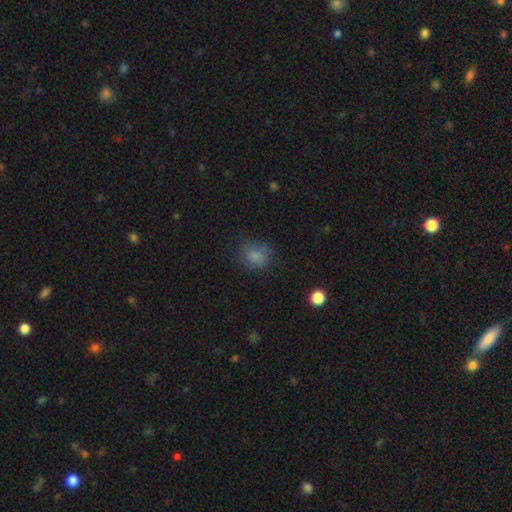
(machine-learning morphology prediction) type=smooth (79%); roundness=round (66%); merging=none (72%).